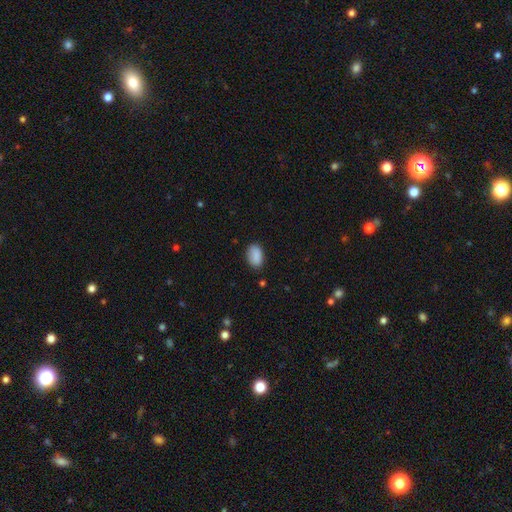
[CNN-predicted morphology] A smooth galaxy with no disk features (88%) that is in between round and cigar-shaped (90%). Merging: none (82%).